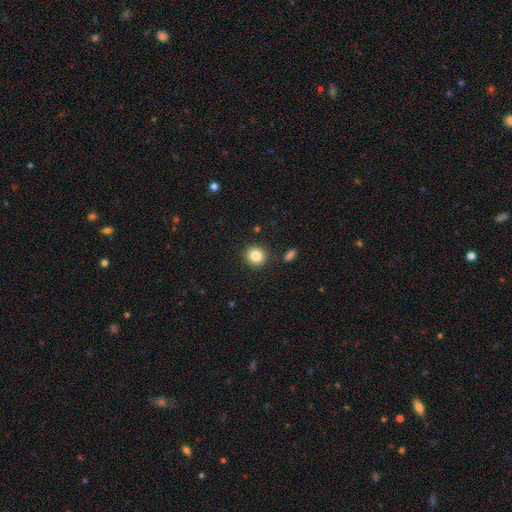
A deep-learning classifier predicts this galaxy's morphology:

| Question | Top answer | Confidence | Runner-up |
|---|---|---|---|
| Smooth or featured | smooth | 84% | star or artifact (10%) |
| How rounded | round | 89% | in between (10%) |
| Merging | none | 88% | minor disturbance (7%) |